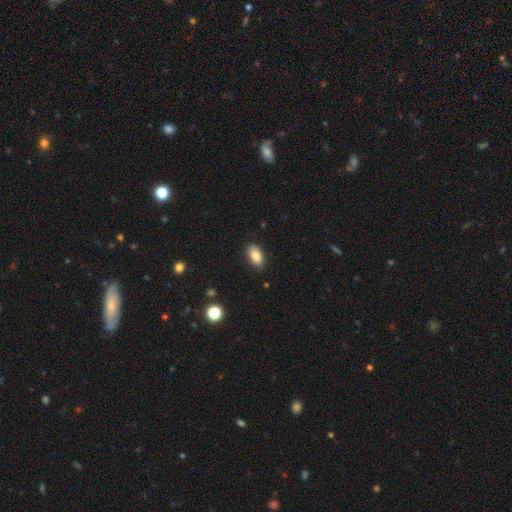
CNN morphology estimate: This is clearly a smooth galaxy (86%). How rounded: clearly in between (92%). Merging: clearly none (84%).